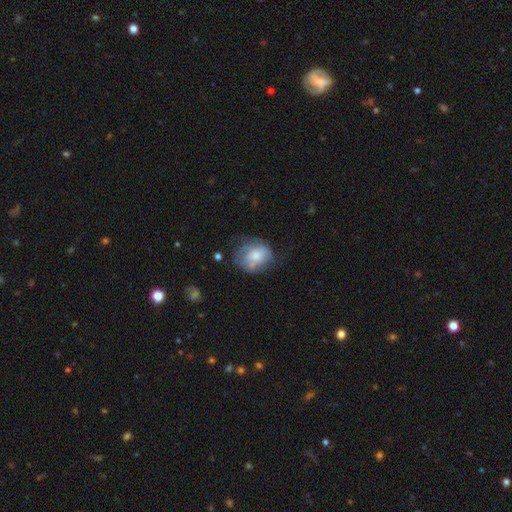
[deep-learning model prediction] smooth 55%, featured or disk 38%, star or artifact 8%. Down the decision tree: how rounded — round (55%); merging — none (47%).